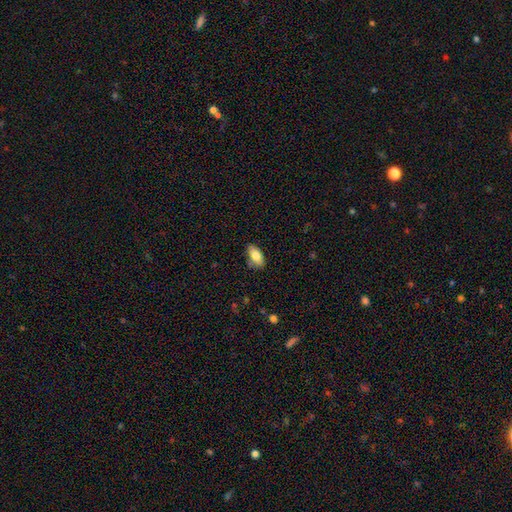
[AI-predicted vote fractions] smooth 77%, featured or disk 16%, star or artifact 7%. Down the decision tree: how rounded — in between (88%); merging — none (76%).